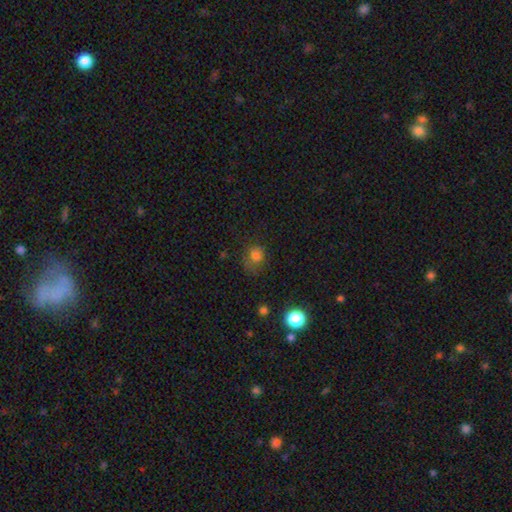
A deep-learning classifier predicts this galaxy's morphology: Smooth or featured?
  - smooth: 74% *
  - star or artifact: 16%
  - featured or disk: 10%
How rounded?
  - round: 70% *
  - in between: 29%
  - cigar-shaped: 1%
Merging?
  - none: 52% *
  - minor disturbance: 26%
  - major disturbance: 19%
  - merger: 3%